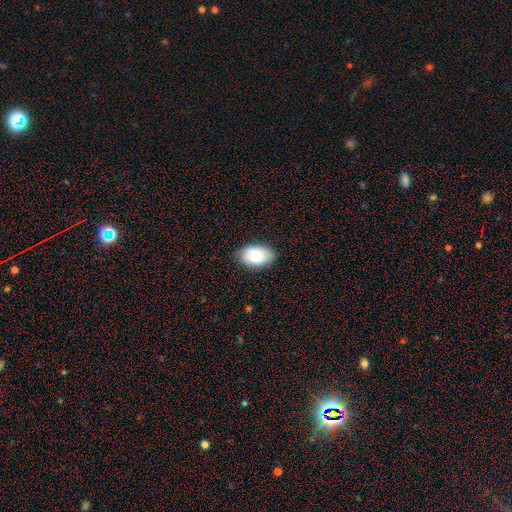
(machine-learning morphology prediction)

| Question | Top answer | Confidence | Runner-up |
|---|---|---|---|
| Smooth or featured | smooth | 86% | featured or disk (8%) |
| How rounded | in between | 93% | round (6%) |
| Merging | none | 81% | minor disturbance (15%) |